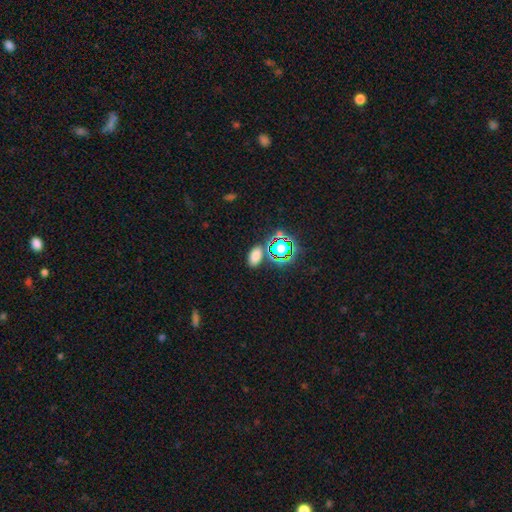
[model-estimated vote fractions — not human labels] A smooth galaxy with no disk features (70%) that is in between round and cigar-shaped (89%).

Vote fractions:
- Smooth or featured? smooth: 70% / star or artifact: 24% / featured or disk: 6%
- How rounded? in between: 89% / round: 8% / cigar-shaped: 2%
- Merging? none: 80% / minor disturbance: 10% / merger: 7% / major disturbance: 3%